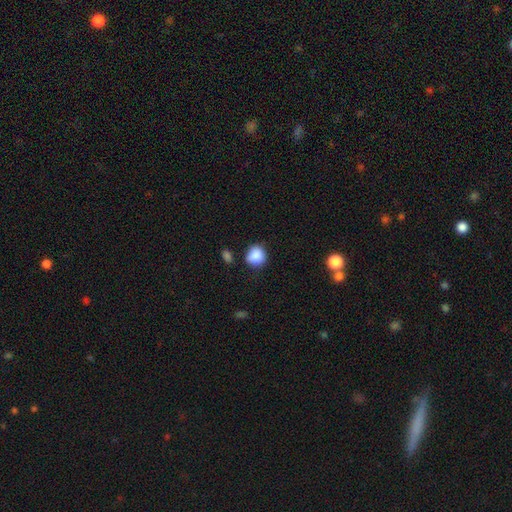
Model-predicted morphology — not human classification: Q: Smooth or featured?
A: smooth (87%); runner-up: star or artifact (9%)
Q: How rounded?
A: round (82%); runner-up: in between (17%)
Q: Merging?
A: none (74%); runner-up: minor disturbance (18%)